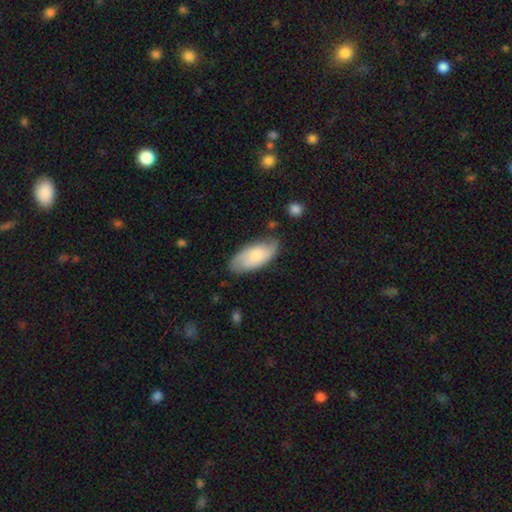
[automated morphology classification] Smooth or featured? Predicted: smooth (p=0.62). How rounded? Predicted: in between (p=0.90). Merging? Predicted: none (p=0.72).